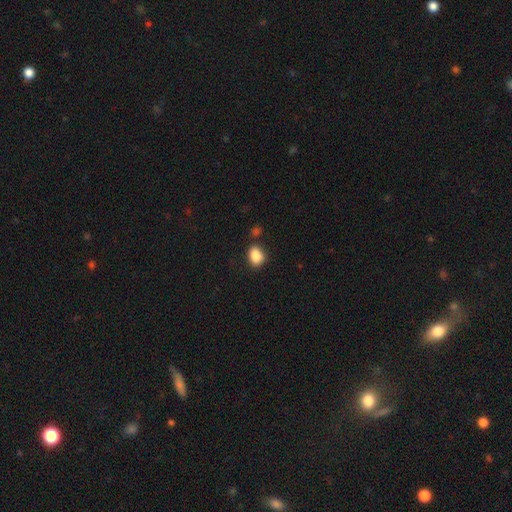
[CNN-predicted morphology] smooth_or_featured: smooth (p=0.88) [alt: star or artifact p=0.08]
how_rounded: in between (p=0.74) [alt: round p=0.24]
merging: none (p=0.72) [alt: minor disturbance p=0.16]